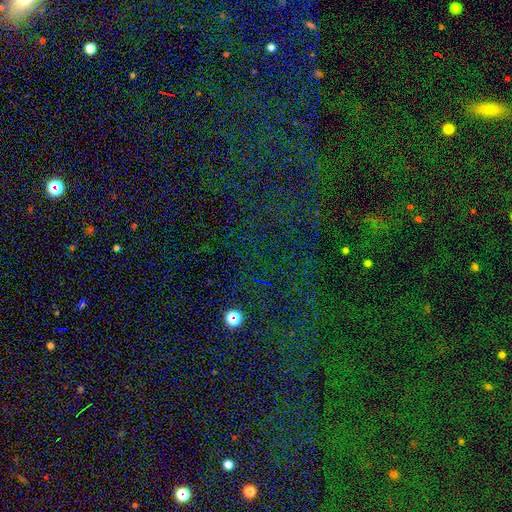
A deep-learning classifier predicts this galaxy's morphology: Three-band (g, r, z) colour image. It shows a star or artifact, not a galaxy (80%).